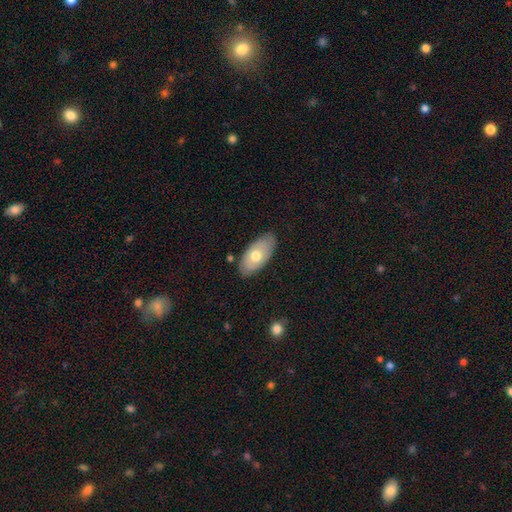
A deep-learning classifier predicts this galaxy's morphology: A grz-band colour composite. It shows a smooth galaxy with no disk features (58%) that is in between round and cigar-shaped (93%). Merging: none (80%).